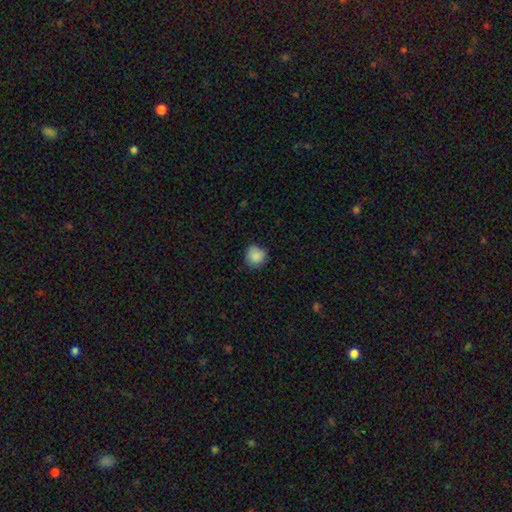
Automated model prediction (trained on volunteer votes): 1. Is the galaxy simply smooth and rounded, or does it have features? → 87% smooth, 9% star or artifact, 4% featured or disk.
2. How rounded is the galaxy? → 90% round, 9% in between, 1% cigar-shaped.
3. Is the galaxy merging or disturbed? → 78% none, 18% minor disturbance, 3% major disturbance, 1% merger.